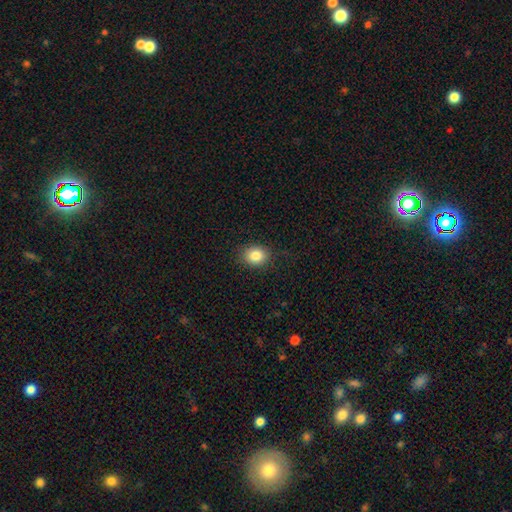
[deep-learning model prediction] Q: Smooth or featured?
A: smooth (84%); runner-up: star or artifact (10%)
Q: How rounded?
A: round (58%); runner-up: in between (41%)
Q: Merging?
A: none (85%); runner-up: minor disturbance (11%)